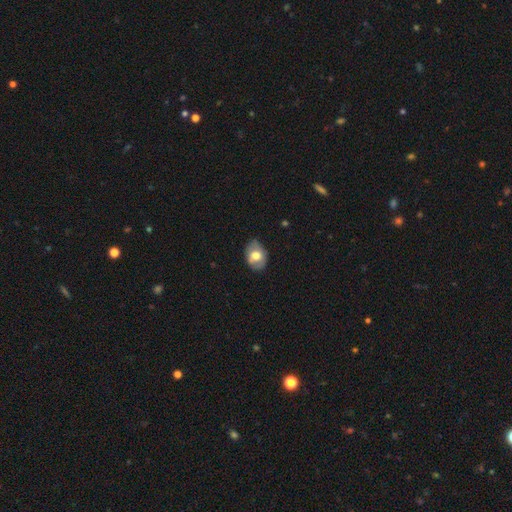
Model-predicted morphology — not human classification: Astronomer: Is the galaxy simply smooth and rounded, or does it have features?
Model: smooth — 60%.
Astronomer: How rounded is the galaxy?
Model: in between — 75%.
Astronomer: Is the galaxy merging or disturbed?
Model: none — 72%.